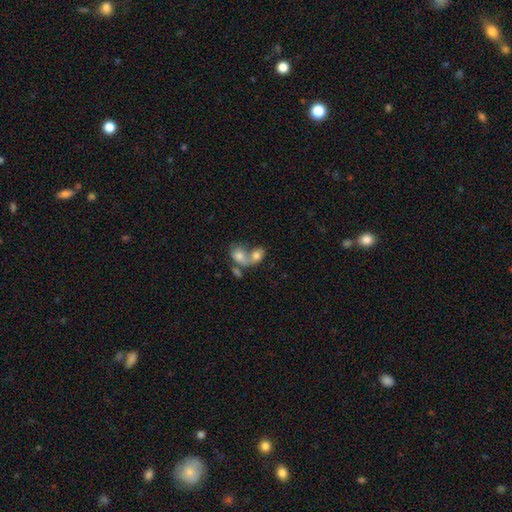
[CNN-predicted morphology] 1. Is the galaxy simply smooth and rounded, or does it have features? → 67% smooth, 22% featured or disk, 11% star or artifact.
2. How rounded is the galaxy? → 63% in between, 35% round, 2% cigar-shaped.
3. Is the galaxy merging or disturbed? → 70% merger, 18% none, 6% minor disturbance, 6% major disturbance.